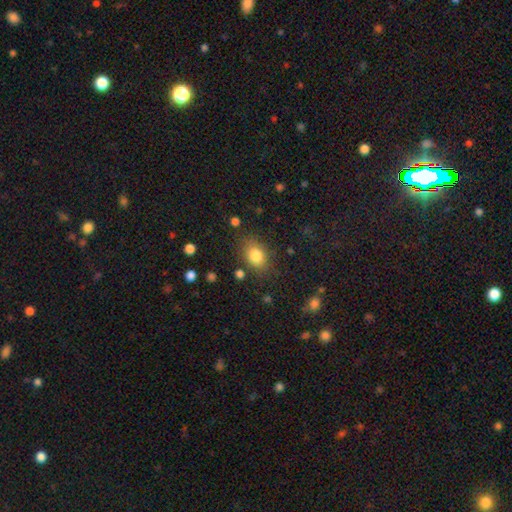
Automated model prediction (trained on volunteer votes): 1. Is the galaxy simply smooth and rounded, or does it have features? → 81% smooth, 10% star or artifact, 8% featured or disk.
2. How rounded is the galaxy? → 70% in between, 28% round, 2% cigar-shaped.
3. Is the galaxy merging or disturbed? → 78% none, 14% minor disturbance, 5% major disturbance, 3% merger.